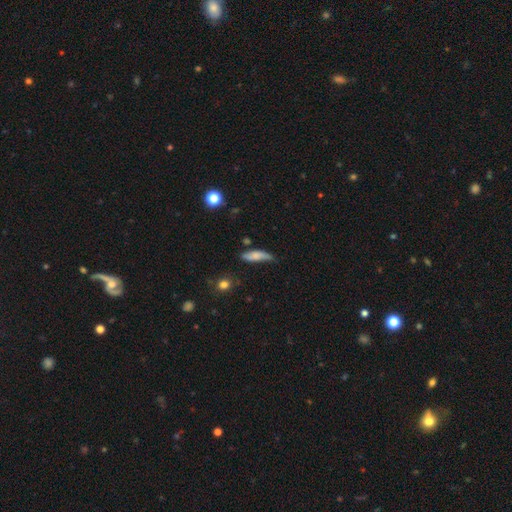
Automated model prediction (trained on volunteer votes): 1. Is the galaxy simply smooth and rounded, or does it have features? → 69% smooth, 23% featured or disk, 8% star or artifact.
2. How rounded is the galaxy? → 57% cigar-shaped, 40% in between, 3% round.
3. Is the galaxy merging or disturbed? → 48% none, 37% minor disturbance, 11% major disturbance, 4% merger.